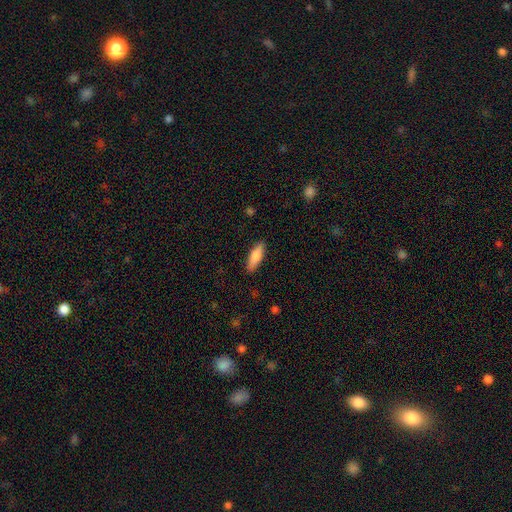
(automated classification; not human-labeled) This is likely a smooth galaxy (77%). How rounded: possibly in between (49%, tied with cigar-shaped). Merging: clearly none (88%).